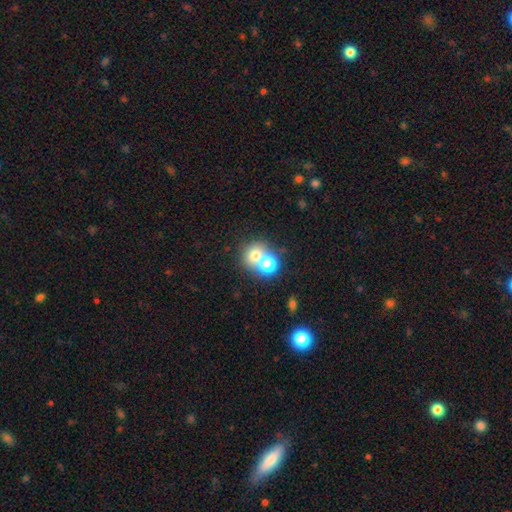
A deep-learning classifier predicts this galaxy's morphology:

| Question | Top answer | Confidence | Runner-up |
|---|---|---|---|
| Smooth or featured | smooth | 68% | star or artifact (17%) |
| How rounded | round | 78% | in between (21%) |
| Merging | merger | 48% | none (41%) |